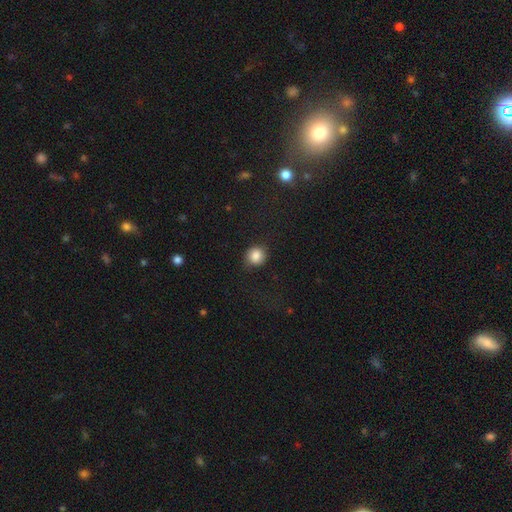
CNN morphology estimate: type=smooth (83%); roundness=round (86%); merging=none (77%).